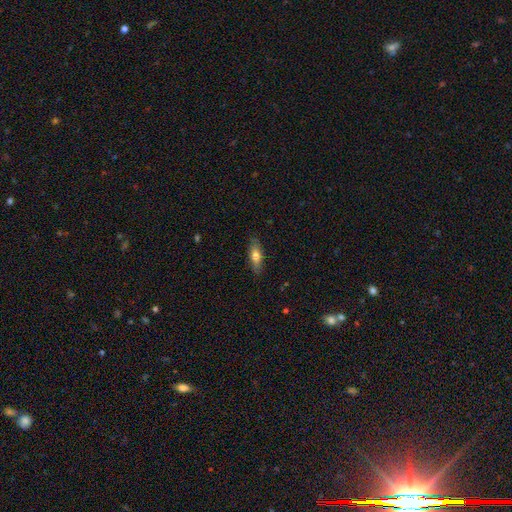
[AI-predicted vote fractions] Smooth or featured?
  - smooth: 68% *
  - featured or disk: 26%
  - star or artifact: 7%
How rounded?
  - in between: 58% *
  - cigar-shaped: 40%
  - round: 3%
Merging?
  - none: 84% *
  - minor disturbance: 12%
  - major disturbance: 2%
  - merger: 1%